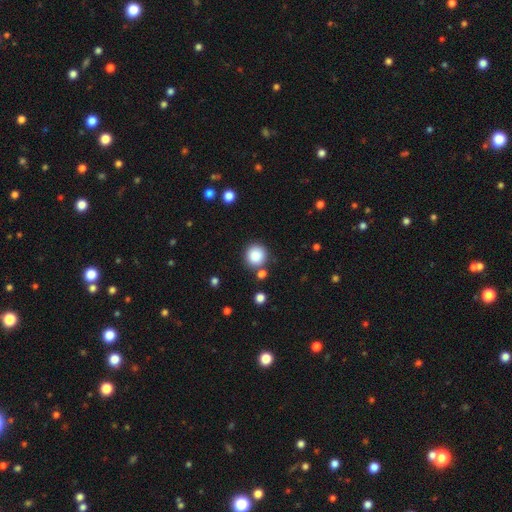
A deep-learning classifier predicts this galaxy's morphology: Q: Smooth or featured?
A: smooth (86%); runner-up: star or artifact (9%)
Q: How rounded?
A: round (93%); runner-up: in between (6%)
Q: Merging?
A: none (81%); runner-up: minor disturbance (9%)